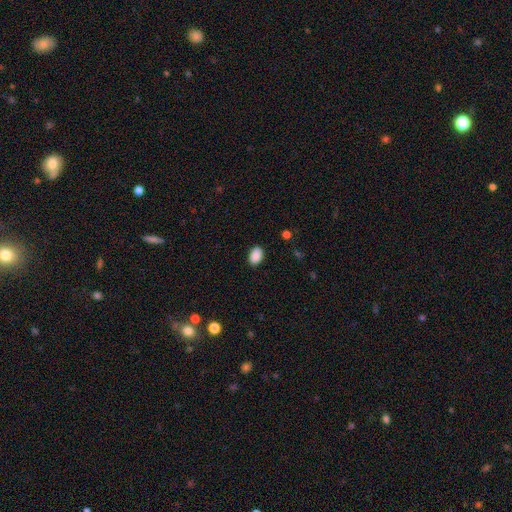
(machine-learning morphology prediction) Smooth or featured? Predicted: smooth (p=0.90). How rounded? Predicted: in between (p=0.85). Merging? Predicted: none (p=0.88).